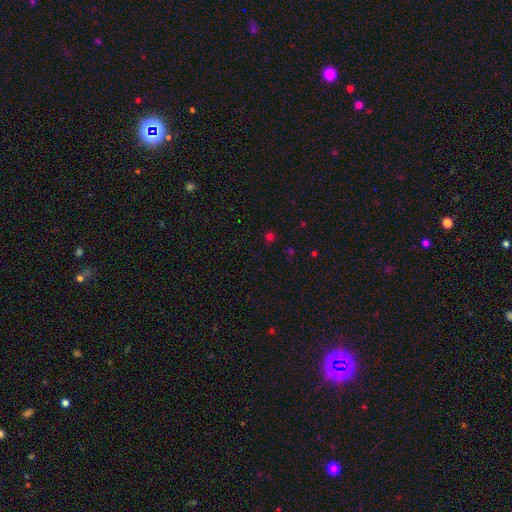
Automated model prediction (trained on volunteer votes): smooth_or_featured: star or artifact (p=0.52) [alt: smooth p=0.43]